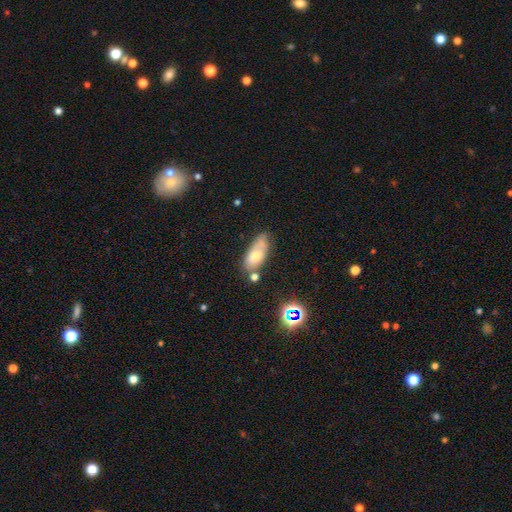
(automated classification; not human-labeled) This appears to be a smooth galaxy with no disk features (66%) that is in between round and cigar-shaped (82%). Merging: none (47%).